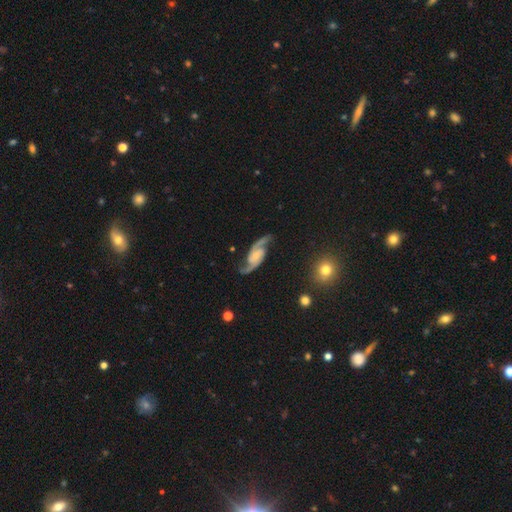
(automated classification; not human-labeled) This appears to be a featured or disk galaxy (91%) with no bar (47%), 2 (94%) loose (45%) spiral arms (98%) and a small central bulge (51%). Merging: none (79%).